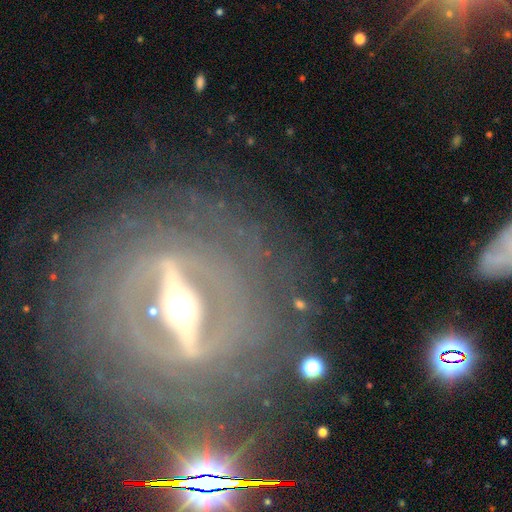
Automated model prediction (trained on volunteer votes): smooth-or-featured: featured or disk: 88% | star or artifact: 7% | smooth: 5%
  disk-edge-on: no: 55% | yes: 45%
  merging: none: 78% | minor disturbance: 11% | major disturbance: 9% | merger: 3%